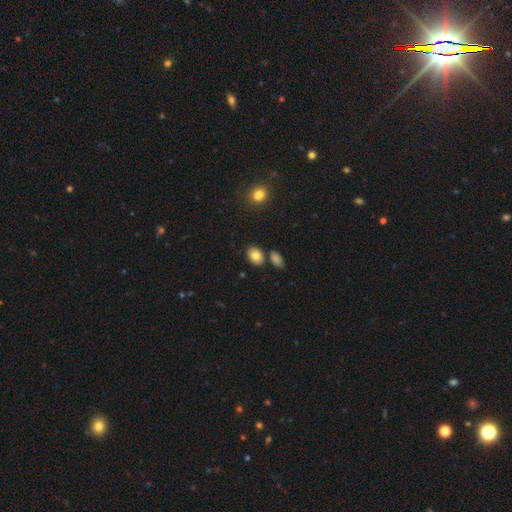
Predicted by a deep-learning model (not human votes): A smooth galaxy with no disk features (82%) that is in between round and cigar-shaped (71%). Merging: none (77%).